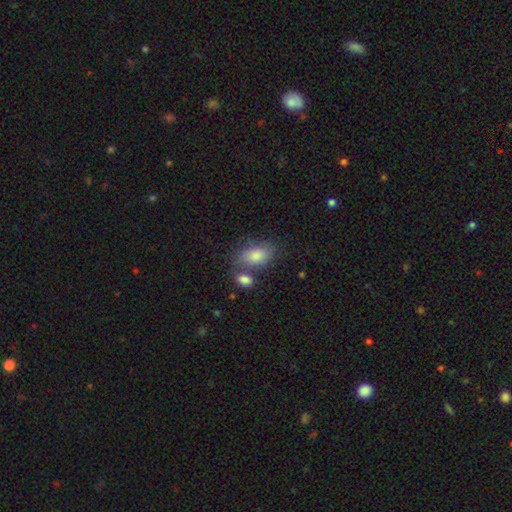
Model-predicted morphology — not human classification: Smooth or featured?
  - smooth: 81% *
  - featured or disk: 11%
  - star or artifact: 8%
How rounded?
  - in between: 89% *
  - round: 9%
  - cigar-shaped: 2%
Merging?
  - none: 56% *
  - merger: 22%
  - minor disturbance: 16%
  - major disturbance: 5%